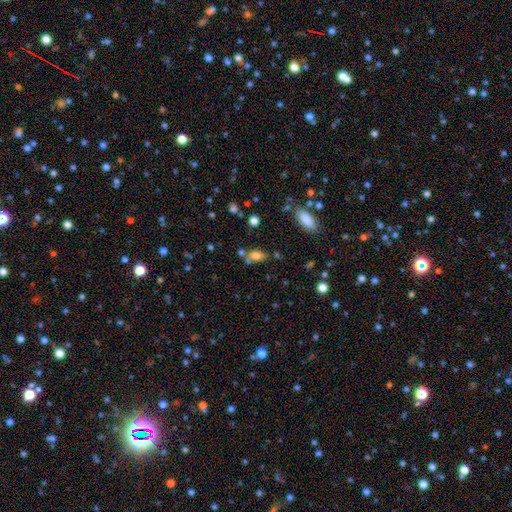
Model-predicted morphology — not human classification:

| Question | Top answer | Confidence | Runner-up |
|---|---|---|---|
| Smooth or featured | smooth | 76% | star or artifact (12%) |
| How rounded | in between | 83% | round (10%) |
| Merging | none | 56% | merger (24%) |